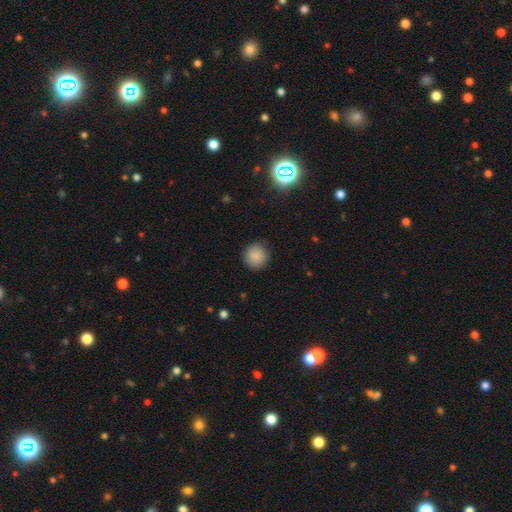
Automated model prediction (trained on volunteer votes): Smooth or featured: smooth — 87% (star or artifact — 9%)
How rounded: round — 90% (in between — 9%)
Merging: none — 84% (minor disturbance — 12%)